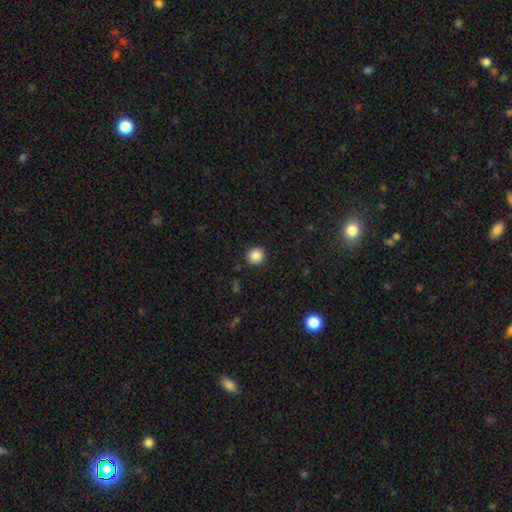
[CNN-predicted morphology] Smooth or featured?
  - smooth: 87% *
  - star or artifact: 10%
  - featured or disk: 3%
How rounded?
  - round: 92% *
  - in between: 7%
  - cigar-shaped: 1%
Merging?
  - none: 91% *
  - minor disturbance: 6%
  - major disturbance: 2%
  - merger: 1%